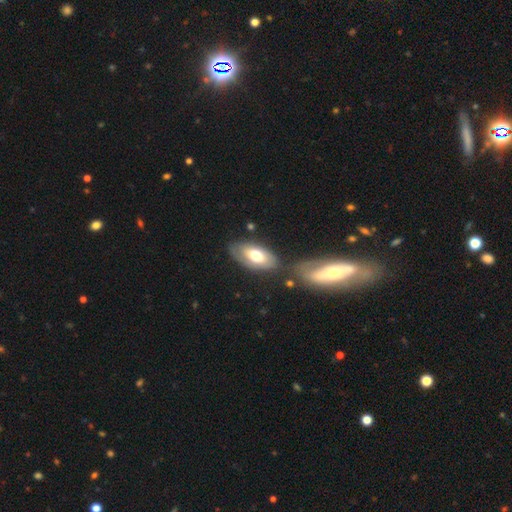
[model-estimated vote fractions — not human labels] Smooth or featured: smooth — 61% (featured or disk — 33%)
How rounded: in between — 91% (cigar-shaped — 5%)
Merging: none — 64% (minor disturbance — 16%)